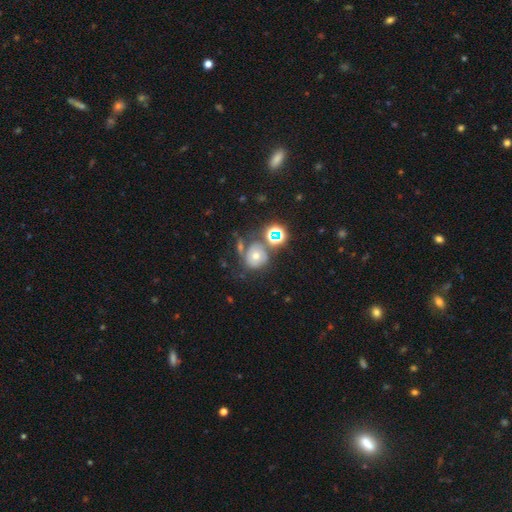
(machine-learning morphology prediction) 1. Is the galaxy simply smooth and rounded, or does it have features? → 42% smooth, 31% featured or disk, 27% star or artifact.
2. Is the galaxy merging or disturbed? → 56% none, 18% merger, 16% minor disturbance, 10% major disturbance.